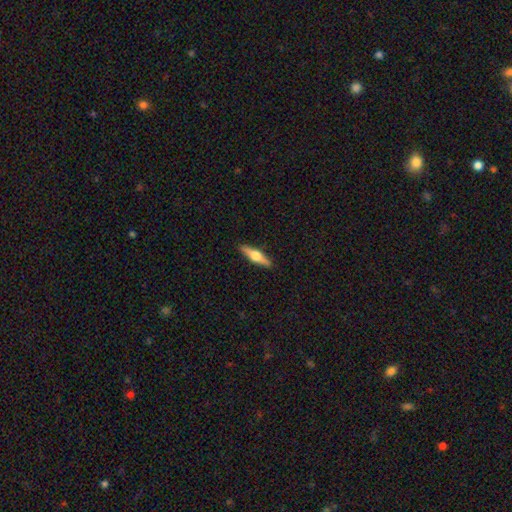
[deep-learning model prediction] This appears to be a featured or disk galaxy (59%) viewed edge-on (96%) with a rounded central bulge (95%). Merging: none (91%).